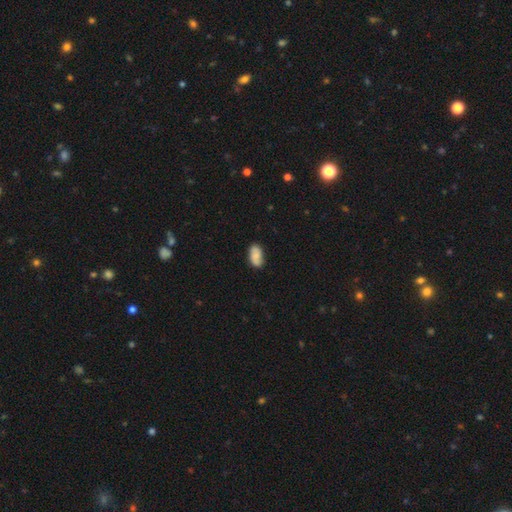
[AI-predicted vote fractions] Morphology: type=smooth (73%); roundness=in between (93%); merging=none (76%).